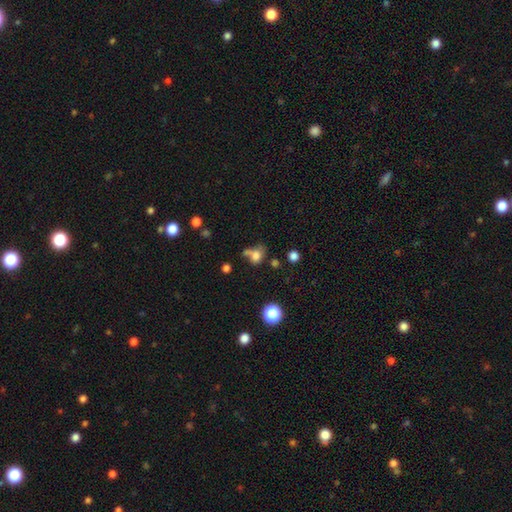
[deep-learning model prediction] smooth-or-featured: smooth: 72% | star or artifact: 15% | featured or disk: 13%
  how-rounded: round: 51% | in between: 47% | cigar-shaped: 2%
  merging: none: 34% | merger: 31% | minor disturbance: 18% | major disturbance: 17%